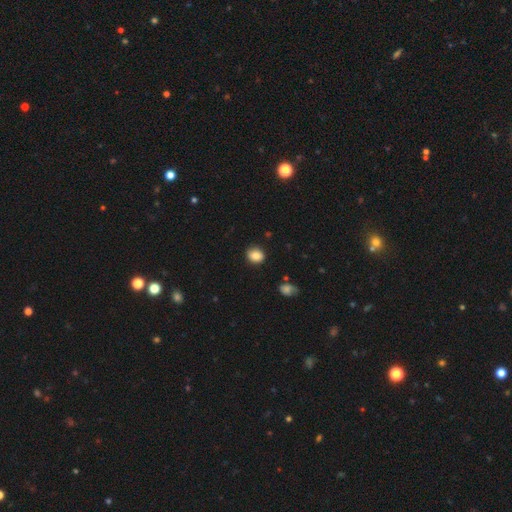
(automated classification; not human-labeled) Smooth or featured? smooth (84%)
How rounded? round (63%)
Merging? none (85%)